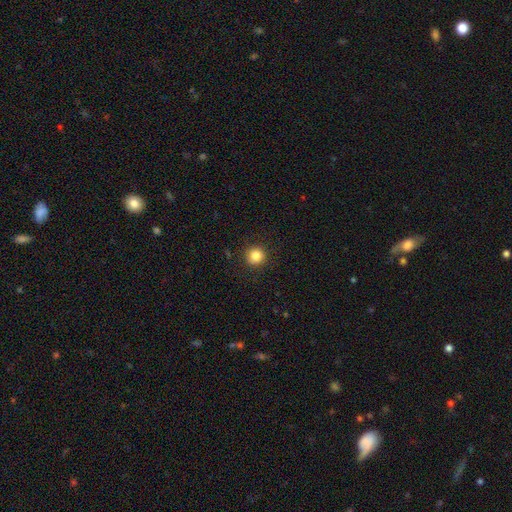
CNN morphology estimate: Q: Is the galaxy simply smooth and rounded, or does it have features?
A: smooth — 84%.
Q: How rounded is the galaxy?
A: round — 93%.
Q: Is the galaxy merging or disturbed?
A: none — 92%.